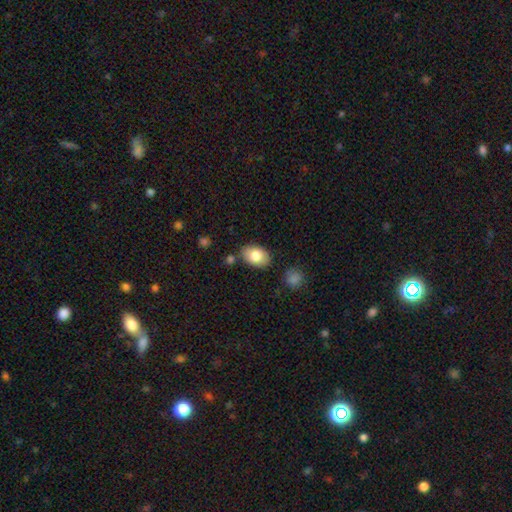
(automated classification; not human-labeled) Overall: smooth (80%). How rounded: in between (86%). Merging: none (81%).